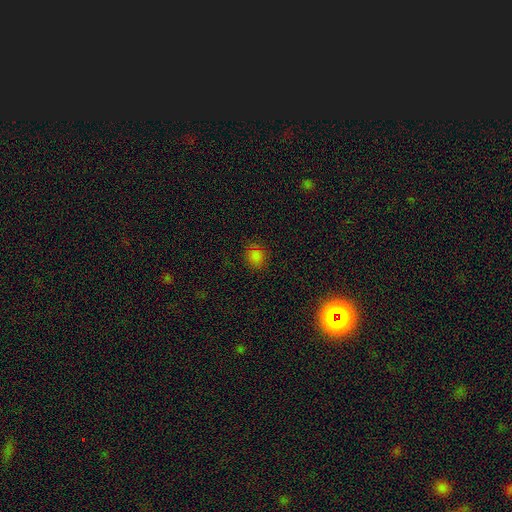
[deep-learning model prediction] This is likely a smooth galaxy (80%). How rounded: likely round (80%). Merging: clearly none (85%).